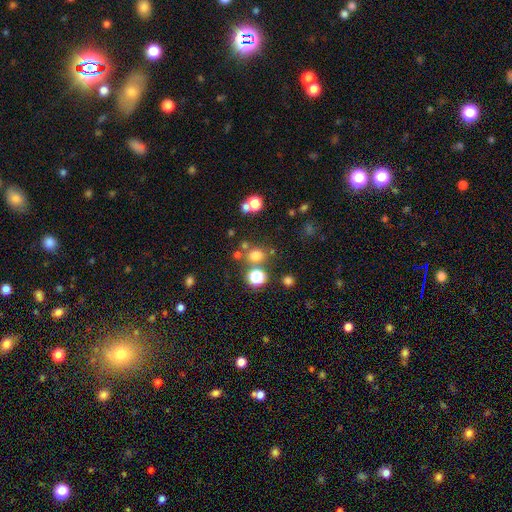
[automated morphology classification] smooth 71%, star or artifact 22%, featured or disk 8%. Down the decision tree: how rounded — round (79%); merging — none (71%).